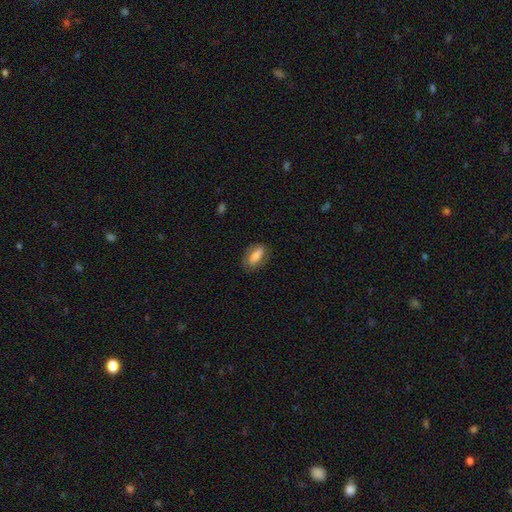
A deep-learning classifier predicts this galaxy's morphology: A smooth galaxy with no disk features (72%) that is in between round and cigar-shaped (79%). Merging: none (77%).